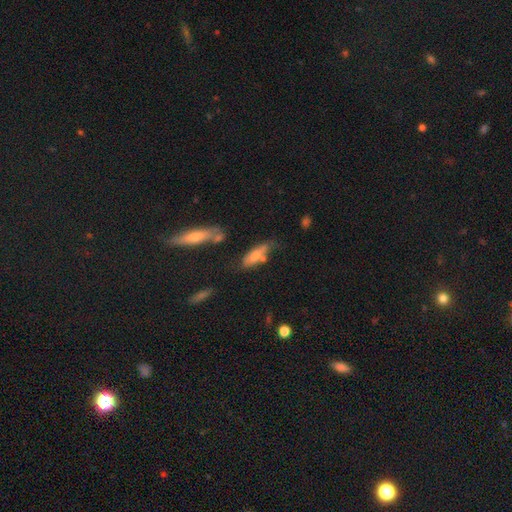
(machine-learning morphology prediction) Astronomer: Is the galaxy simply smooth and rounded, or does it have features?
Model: smooth — 62%.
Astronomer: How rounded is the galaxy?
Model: in between — 53% (runner-up: cigar-shaped, 44%).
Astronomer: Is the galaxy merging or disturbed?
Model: none — 48% (runner-up: minor disturbance, 24%).